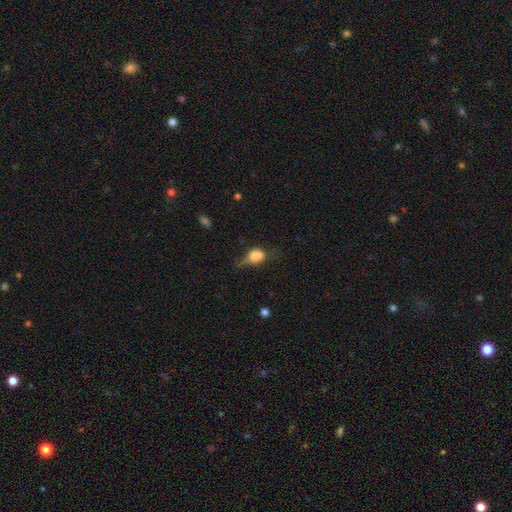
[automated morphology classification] A smooth galaxy with no disk features (72%) that is in between round and cigar-shaped (71%). Merging: minor disturbance (36%).